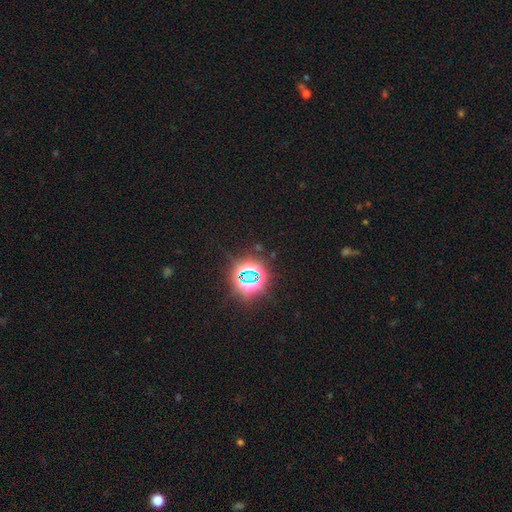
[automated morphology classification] Q: Smooth or featured?
A: star or artifact (80%); runner-up: smooth (13%)